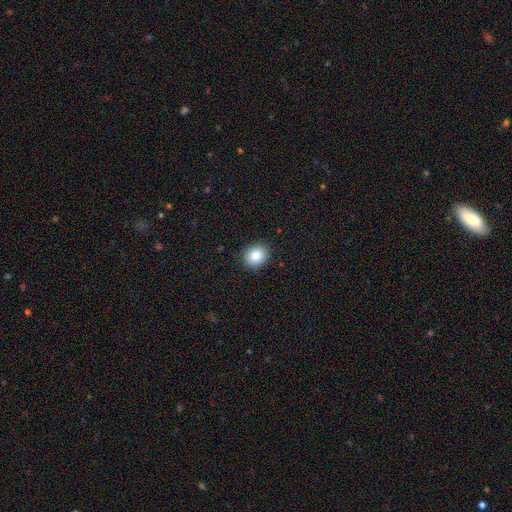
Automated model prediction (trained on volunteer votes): The model was most divided on "how rounded": round: 67%, in between: 32%, cigar-shaped: 1%. More confident: merging — none (89%); smooth or featured — smooth (87%).